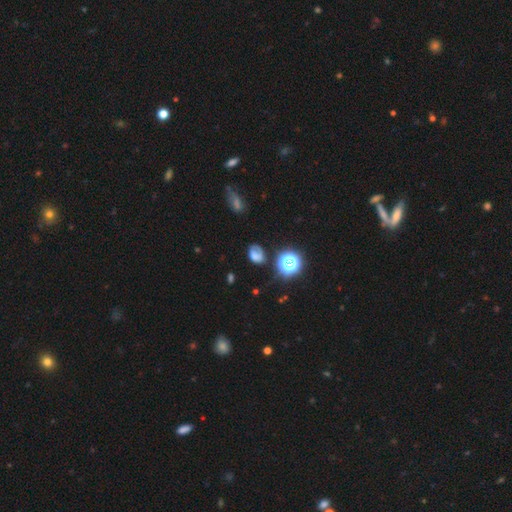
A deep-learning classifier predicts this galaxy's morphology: A smooth galaxy with no disk features (55%) that is in between round and cigar-shaped (65%). Merging: none (49%).